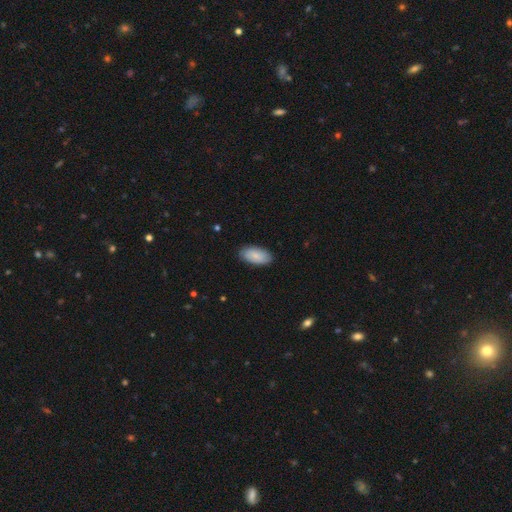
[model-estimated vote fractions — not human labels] A smooth galaxy with no disk features (84%) that is in between round and cigar-shaped (94%).

Vote fractions:
- Smooth or featured? smooth: 84% / featured or disk: 10% / star or artifact: 6%
- How rounded? in between: 94% / cigar-shaped: 4% / round: 2%
- Merging? none: 86% / minor disturbance: 11% / major disturbance: 2% / merger: 1%